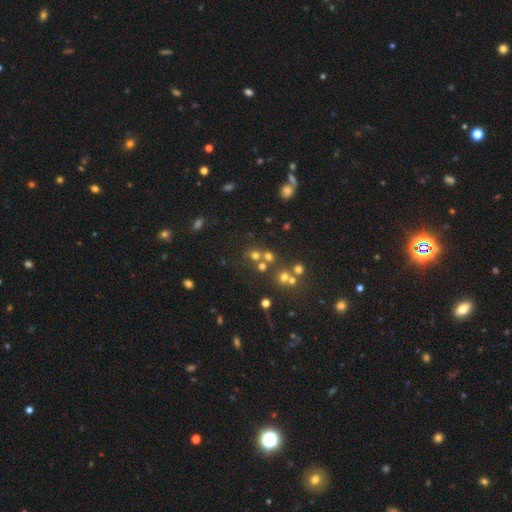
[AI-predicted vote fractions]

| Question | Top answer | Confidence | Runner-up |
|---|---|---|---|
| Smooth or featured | smooth | 56% | star or artifact (29%) |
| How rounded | round | 85% | in between (14%) |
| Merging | none | 60% | merger (26%) |